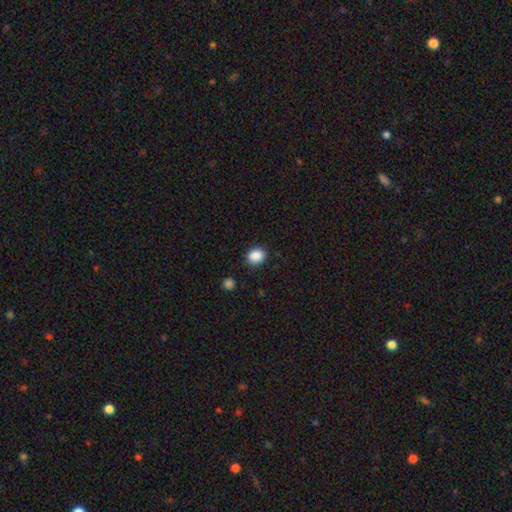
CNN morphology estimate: A smooth galaxy with no disk features (88%) that is round (53%). Merging: none (87%).